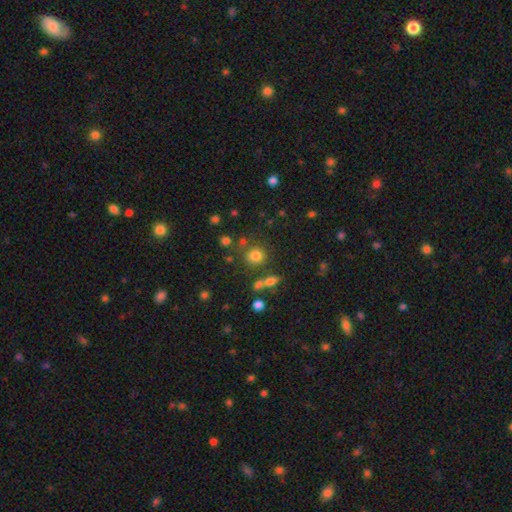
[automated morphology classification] type=smooth (76%); roundness=round (85%); merging=none (73%).